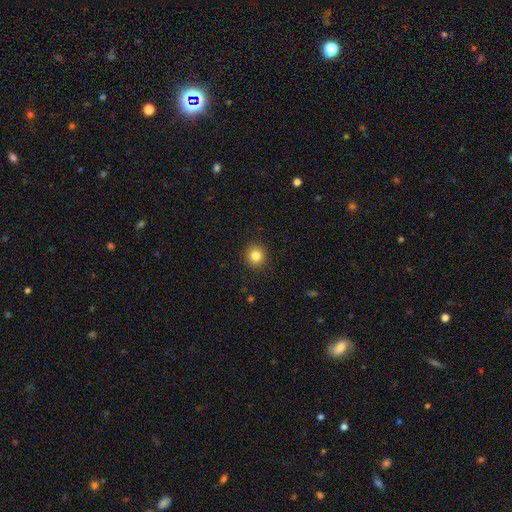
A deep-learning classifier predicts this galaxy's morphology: Smooth or featured? smooth (83%)
How rounded? round (92%)
Merging? none (92%)